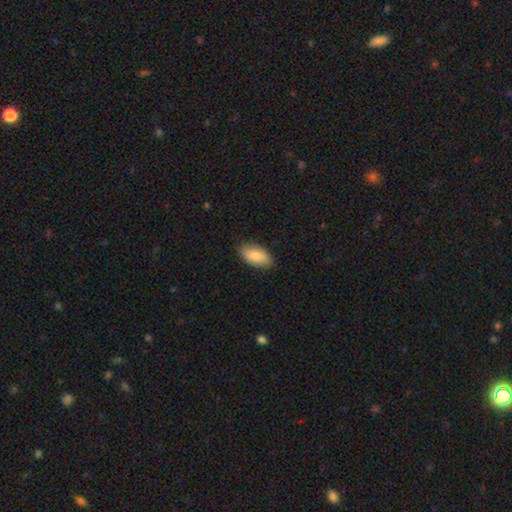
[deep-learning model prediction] Overall: smooth (84%). How rounded: in between (92%). Merging: none (83%).